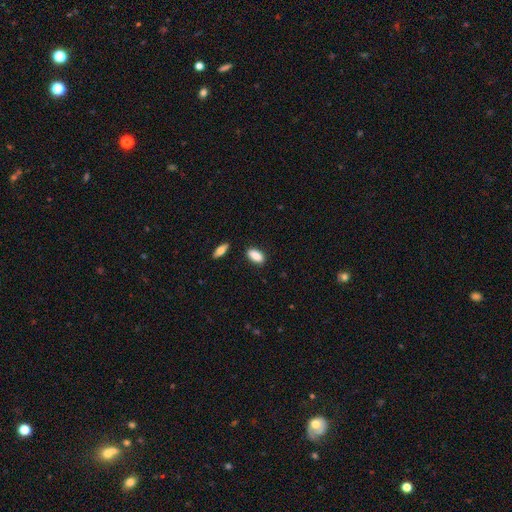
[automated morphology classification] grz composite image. It shows a smooth galaxy with no disk features (88%) that is in between round and cigar-shaped (87%). Merging: none (85%).